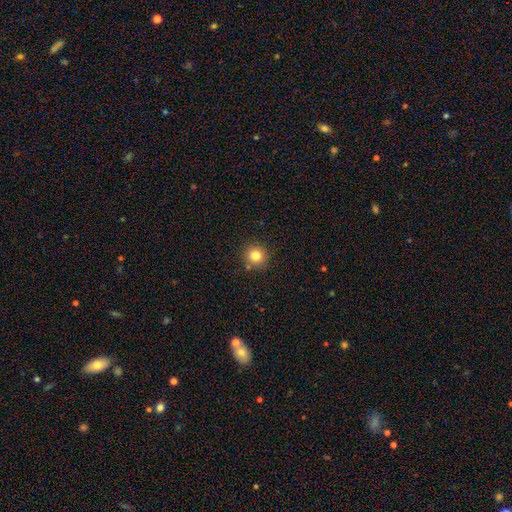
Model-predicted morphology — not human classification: type=smooth (82%); roundness=round (92%); merging=none (85%).